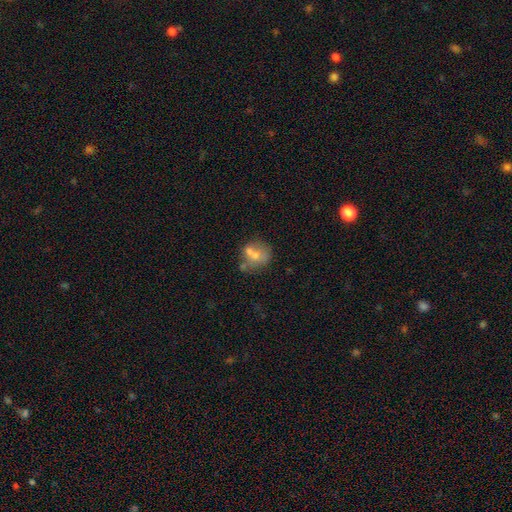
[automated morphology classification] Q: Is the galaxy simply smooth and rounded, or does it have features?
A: smooth — 56%.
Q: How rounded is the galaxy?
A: round — 68%.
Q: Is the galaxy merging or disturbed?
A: none — 43%.